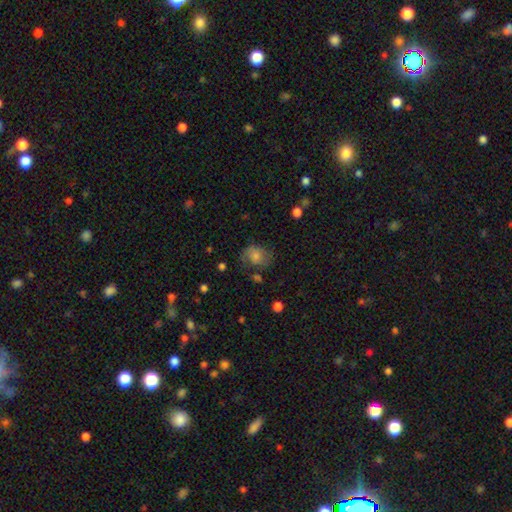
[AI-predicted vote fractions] This appears to be a smooth galaxy with no disk features (56%) that is in between round and cigar-shaped (53%). Merging: none (61%).